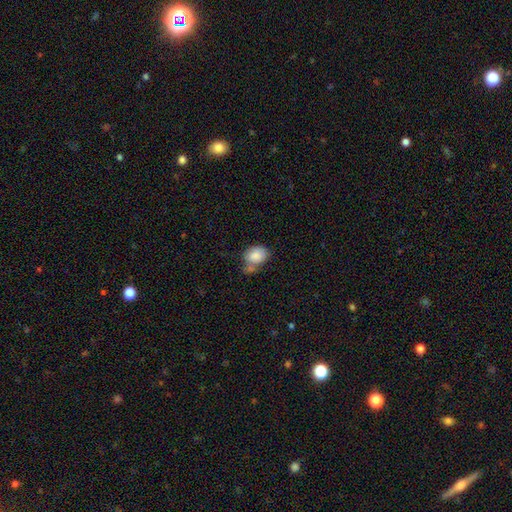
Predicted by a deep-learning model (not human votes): Q: Smooth or featured?
A: smooth (85%); runner-up: featured or disk (8%)
Q: How rounded?
A: in between (64%); runner-up: round (35%)
Q: Merging?
A: none (42%); runner-up: merger (26%)